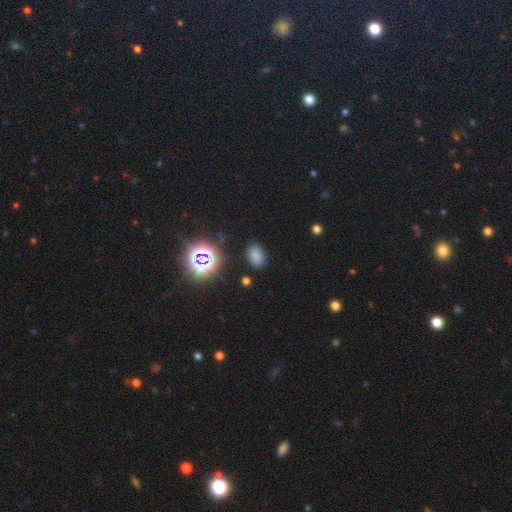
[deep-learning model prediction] The model was most divided on "smooth or featured": smooth: 70%, star or artifact: 24%, featured or disk: 6%. More confident: how rounded — in between (85%); merging — none (83%).